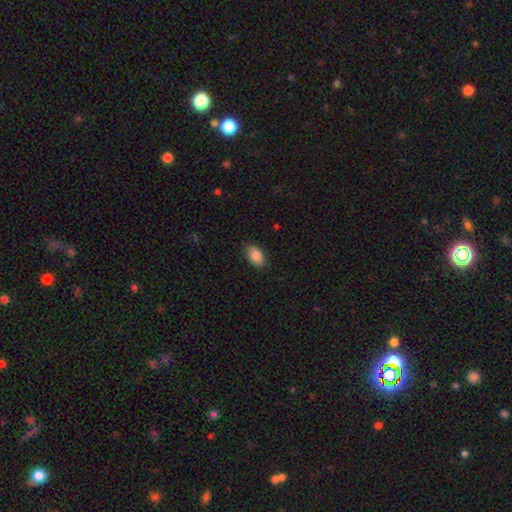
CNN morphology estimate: Smooth or featured? smooth (88%)
How rounded? in between (92%)
Merging? none (86%)